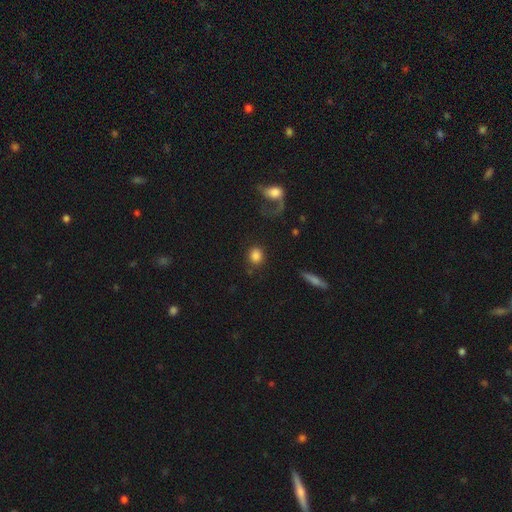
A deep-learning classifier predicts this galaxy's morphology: smooth_or_featured: smooth (p=0.82) [alt: featured or disk p=0.10]
how_rounded: round (p=0.77) [alt: in between p=0.21]
merging: none (p=0.78) [alt: minor disturbance p=0.10]